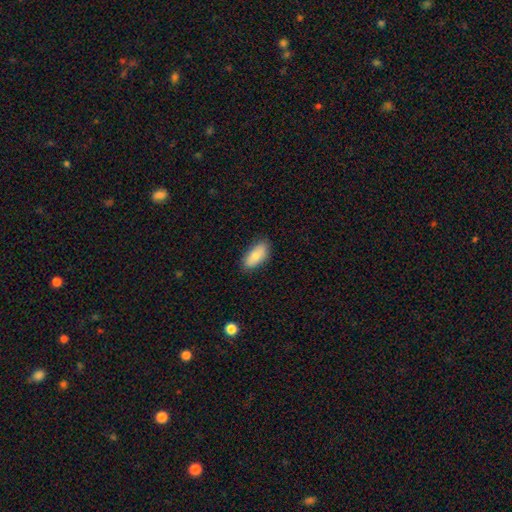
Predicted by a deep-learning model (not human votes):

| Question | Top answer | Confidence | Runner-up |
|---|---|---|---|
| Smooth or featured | smooth | 81% | featured or disk (13%) |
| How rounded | in between | 89% | cigar-shaped (8%) |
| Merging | none | 83% | minor disturbance (13%) |